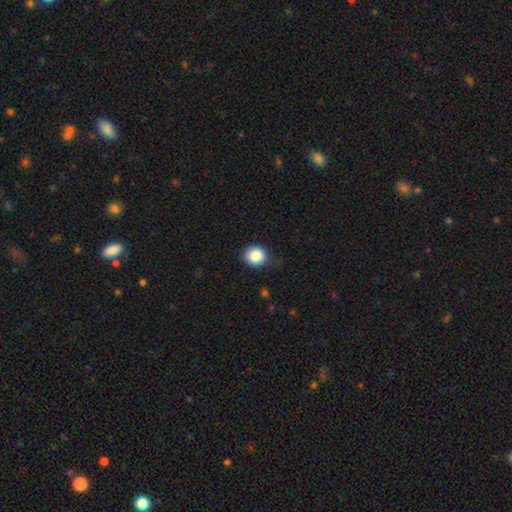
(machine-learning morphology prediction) Smooth or featured? Predicted: smooth (p=0.87). How rounded? Predicted: round (p=0.87). Merging? Predicted: none (p=0.81).